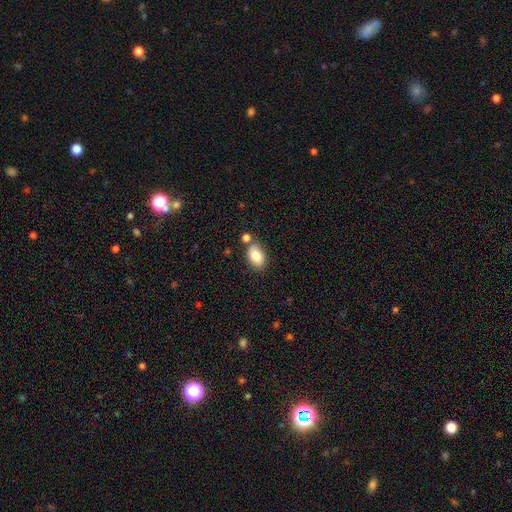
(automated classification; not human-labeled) This appears to be a smooth galaxy with no disk features (82%) that is in between round and cigar-shaped (88%). Merging: none (68%).